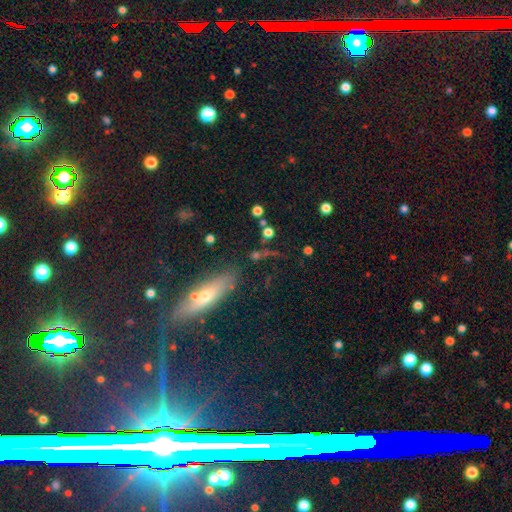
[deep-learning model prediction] The model was most divided on "smooth or featured": smooth: 42%, featured or disk: 29%, star or artifact: 28%. More confident: merging — none (74%).